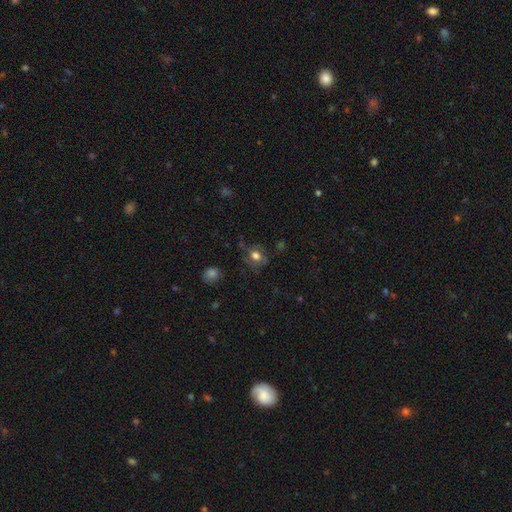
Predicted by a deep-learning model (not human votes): Smooth or featured? smooth (62%)
How rounded? round (73%)
Merging? none (64%)